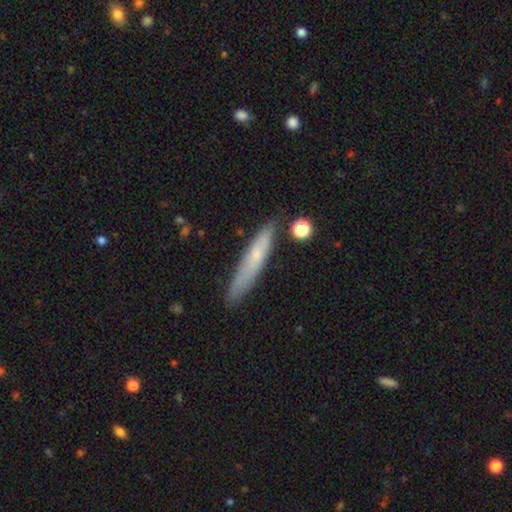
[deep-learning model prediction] Q: Smooth or featured?
A: smooth (59%); runner-up: featured or disk (34%)
Q: How rounded?
A: cigar-shaped (91%); runner-up: in between (7%)
Q: Merging?
A: none (80%); runner-up: minor disturbance (14%)